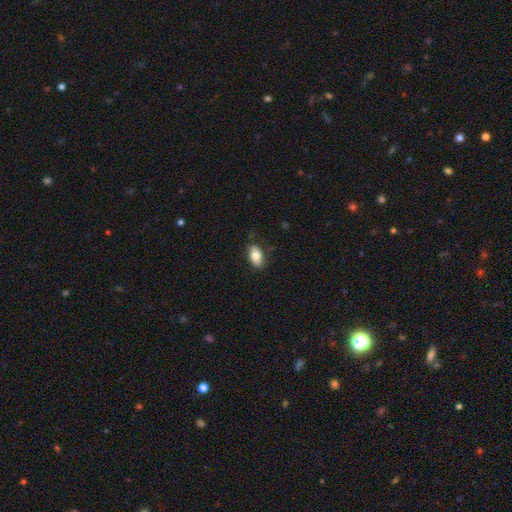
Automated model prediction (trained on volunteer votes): smooth_or_featured: smooth (p=0.74) [alt: featured or disk p=0.18]
how_rounded: in between (p=0.90) [alt: round p=0.07]
merging: none (p=0.77) [alt: minor disturbance p=0.18]